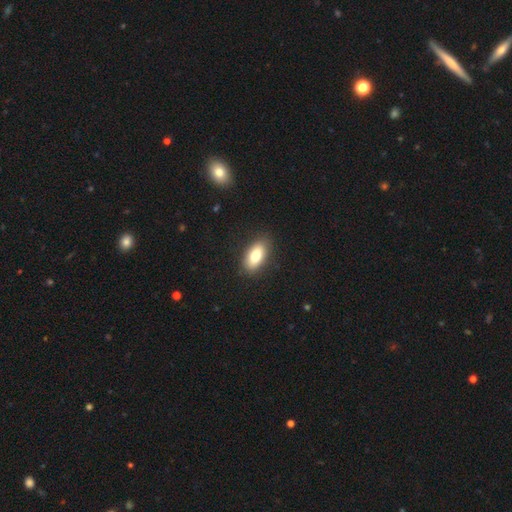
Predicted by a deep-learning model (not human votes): This is likely a smooth galaxy (78%). How rounded: clearly in between (88%). Merging: clearly none (87%).